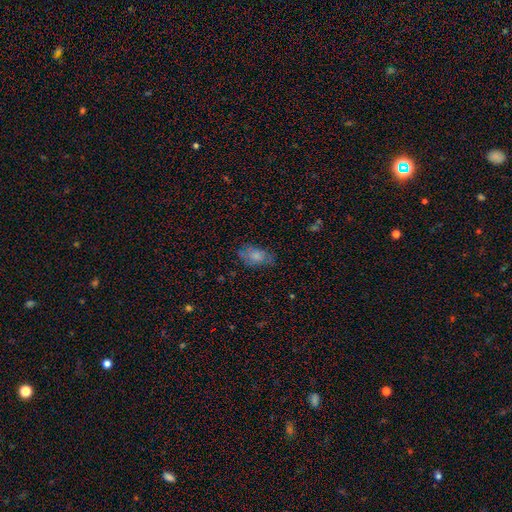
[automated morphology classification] Smooth or featured? Predicted: smooth (p=0.71). How rounded? Predicted: in between (p=0.90). Merging? Predicted: none (p=0.67).